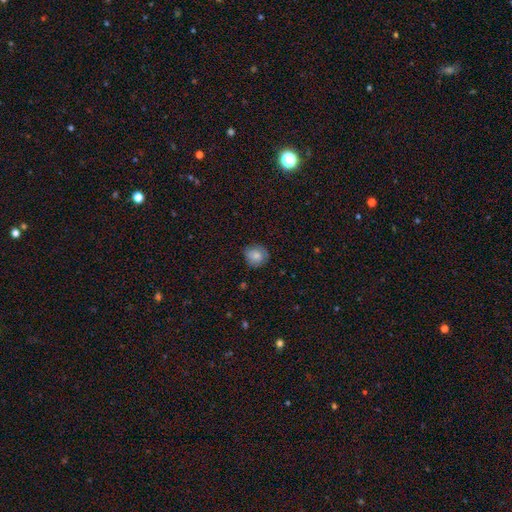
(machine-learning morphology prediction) A smooth galaxy with no disk features (81%) that is round (86%).

Vote fractions:
- Smooth or featured? smooth: 81% / featured or disk: 10% / star or artifact: 9%
- How rounded? round: 86% / in between: 13% / cigar-shaped: 1%
- Merging? none: 75% / minor disturbance: 21% / major disturbance: 4% / merger: 1%